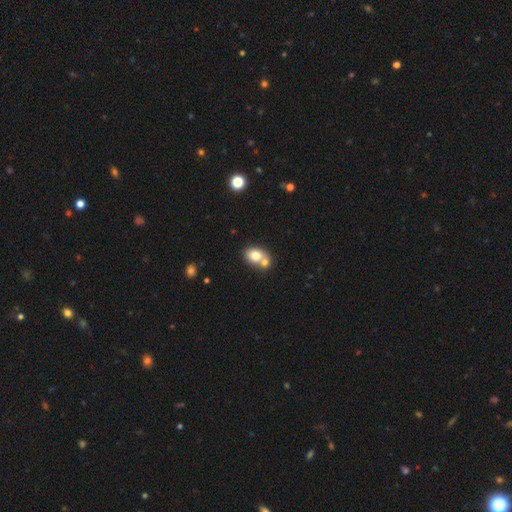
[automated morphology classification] Overall: smooth (76%). How rounded: in between (55%; round 44%). Merging: merger (55%; none 35%).